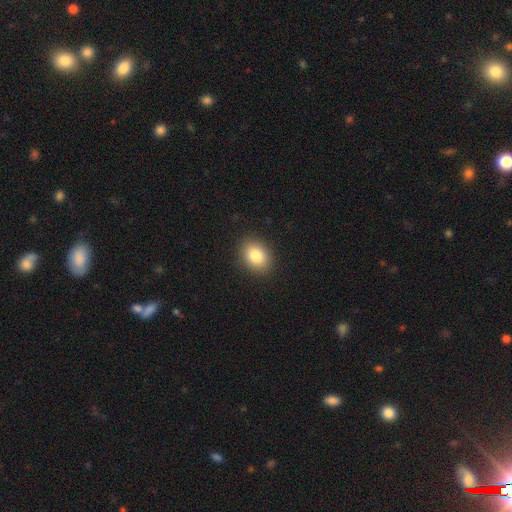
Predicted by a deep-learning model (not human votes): smooth_or_featured: smooth (p=0.84) [alt: star or artifact p=0.09]
how_rounded: in between (p=0.61) [alt: round p=0.38]
merging: none (p=0.89) [alt: minor disturbance p=0.08]